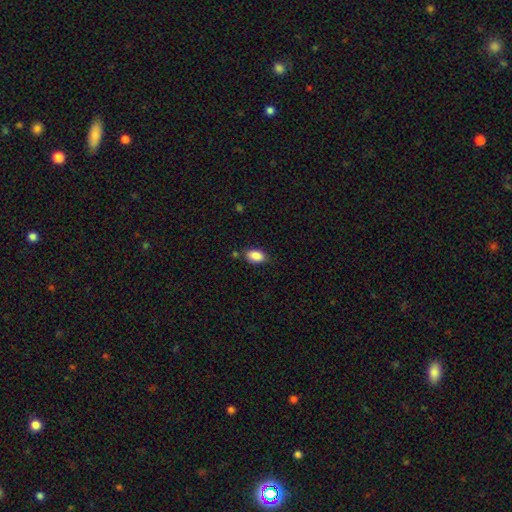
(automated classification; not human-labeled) Smooth or featured? smooth (88%)
How rounded? in between (91%)
Merging? none (79%)